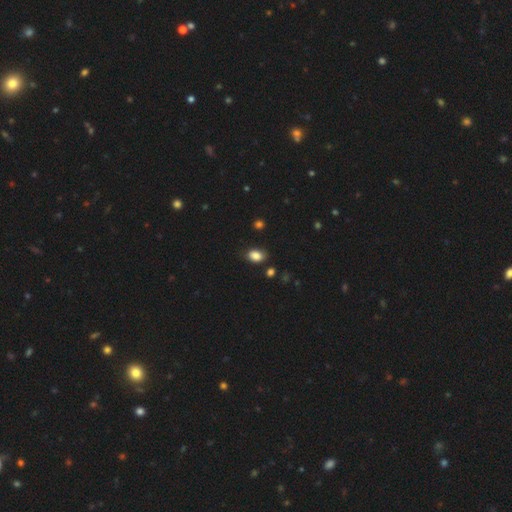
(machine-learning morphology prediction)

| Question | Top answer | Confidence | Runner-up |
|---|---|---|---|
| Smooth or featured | smooth | 86% | star or artifact (10%) |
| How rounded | in between | 80% | round (18%) |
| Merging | none | 80% | minor disturbance (14%) |